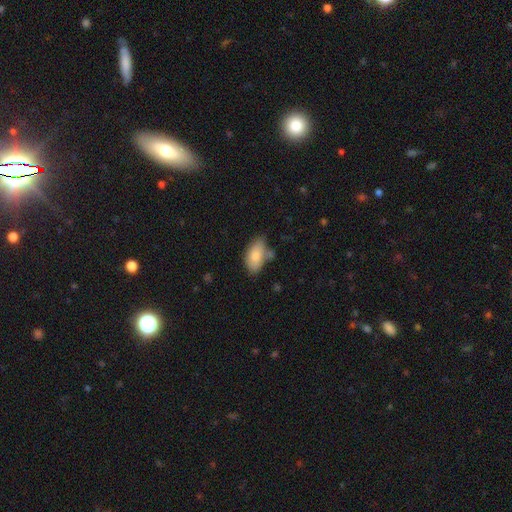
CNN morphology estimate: type=smooth (82%); roundness=in between (92%); merging=none (55%).